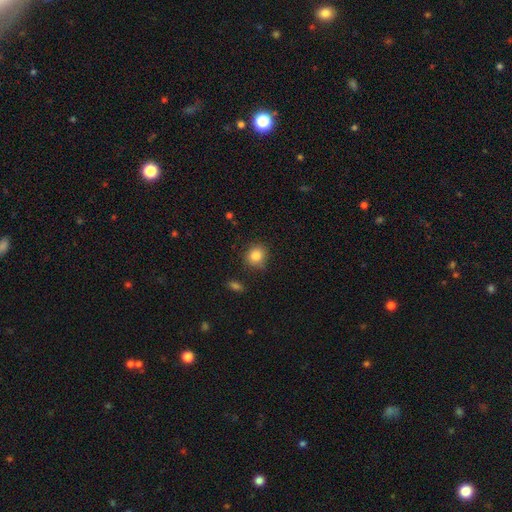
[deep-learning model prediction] Smooth or featured? Predicted: smooth (p=0.84). How rounded? Predicted: round (p=0.84). Merging? Predicted: none (p=0.84).